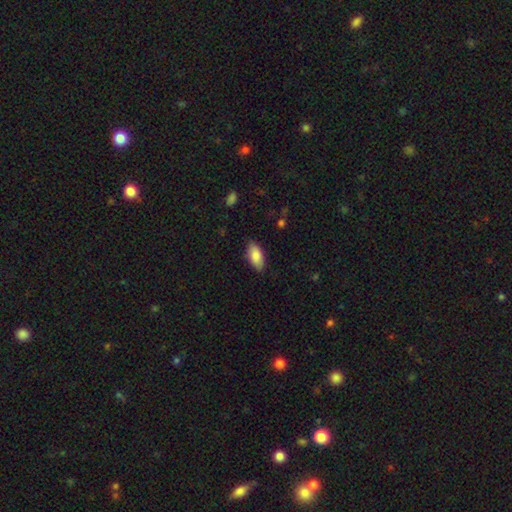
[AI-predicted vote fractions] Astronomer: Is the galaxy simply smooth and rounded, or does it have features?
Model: smooth — 85%.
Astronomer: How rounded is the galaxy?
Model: in between — 91%.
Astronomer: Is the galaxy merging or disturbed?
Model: none — 84%.